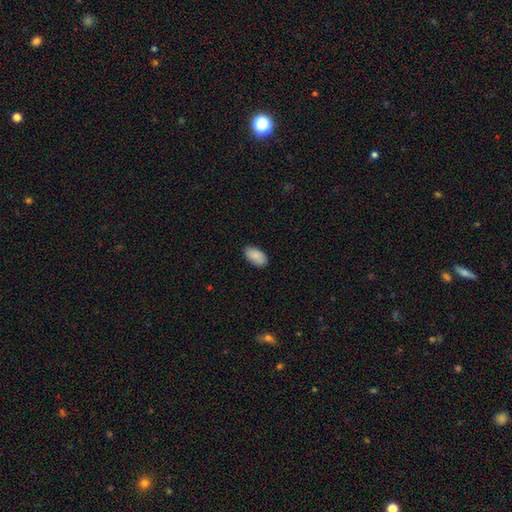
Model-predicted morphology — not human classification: Overall: smooth (87%). How rounded: in between (95%). Merging: none (86%).